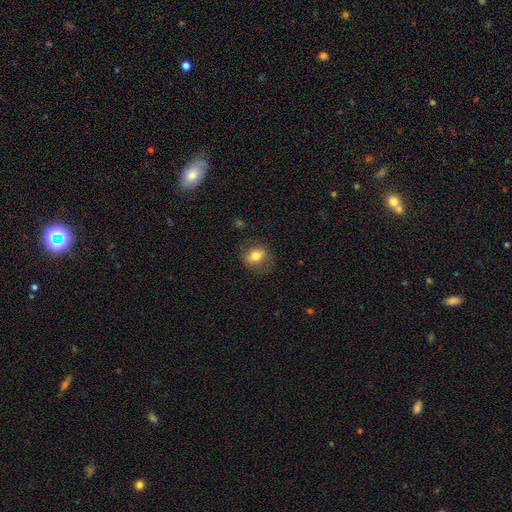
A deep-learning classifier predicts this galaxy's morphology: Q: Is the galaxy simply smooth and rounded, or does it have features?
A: smooth — 74%.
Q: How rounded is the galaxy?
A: in between — 49%, tied with round.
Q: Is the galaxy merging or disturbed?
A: none — 78%.